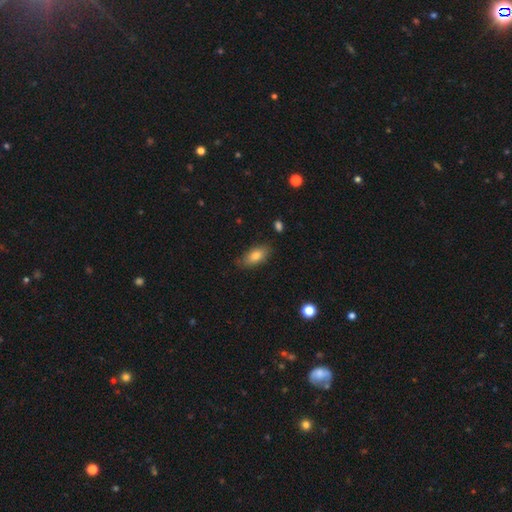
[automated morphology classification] A smooth galaxy with no disk features (80%) that is in between round and cigar-shaped (88%). Merging: none (80%).